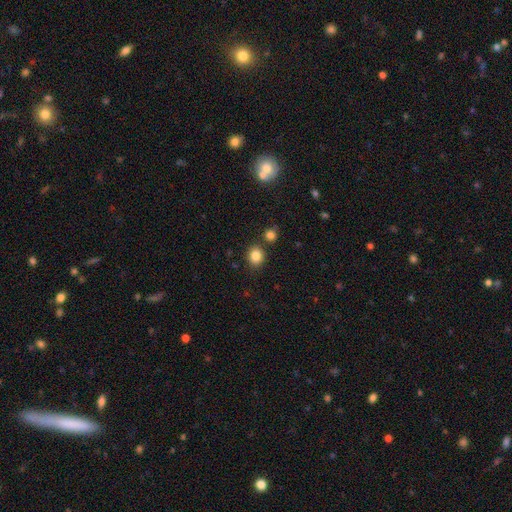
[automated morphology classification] Smooth or featured?
  - smooth: 84% *
  - star or artifact: 11%
  - featured or disk: 5%
How rounded?
  - round: 75% *
  - in between: 24%
  - cigar-shaped: 1%
Merging?
  - none: 81% *
  - merger: 8%
  - minor disturbance: 8%
  - major disturbance: 3%